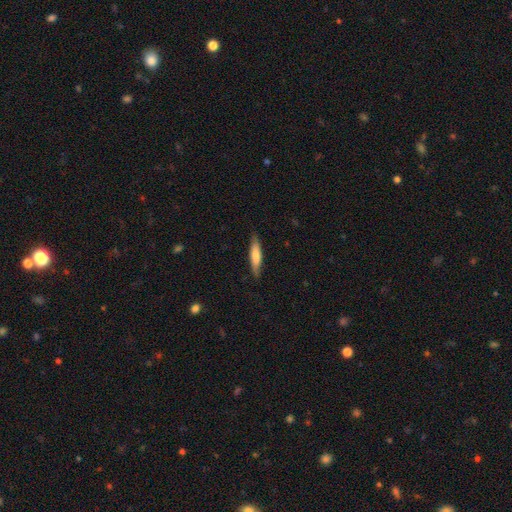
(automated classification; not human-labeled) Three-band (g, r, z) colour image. It shows a smooth galaxy with no disk features (69%) that is cigar-shaped (83%). Merging: none (84%).